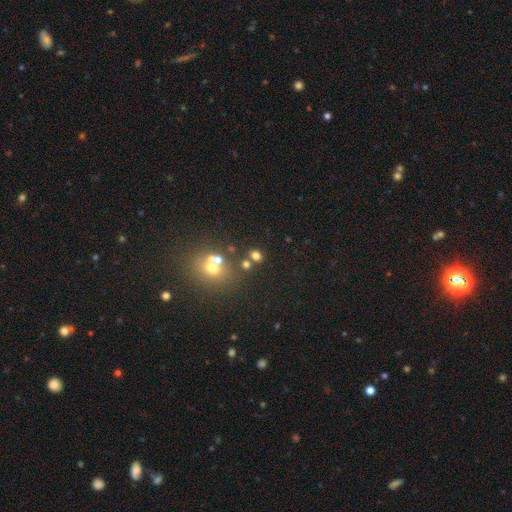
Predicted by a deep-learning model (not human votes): Q: Smooth or featured?
A: smooth (68%); runner-up: star or artifact (22%)
Q: How rounded?
A: round (72%); runner-up: in between (27%)
Q: Merging?
A: none (66%); runner-up: merger (20%)